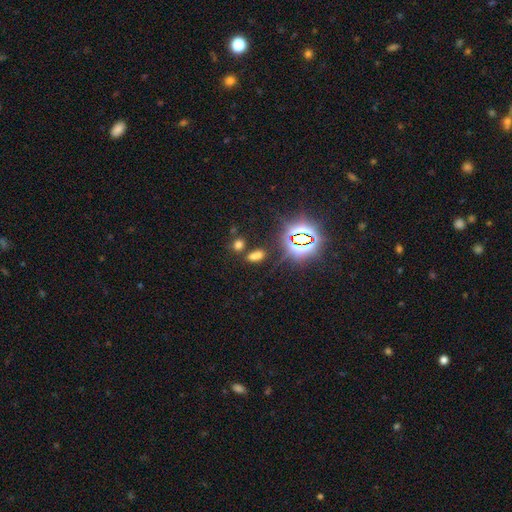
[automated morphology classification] Smooth or featured? smooth (54%)
How rounded? in between (80%)
Merging? none (60%)